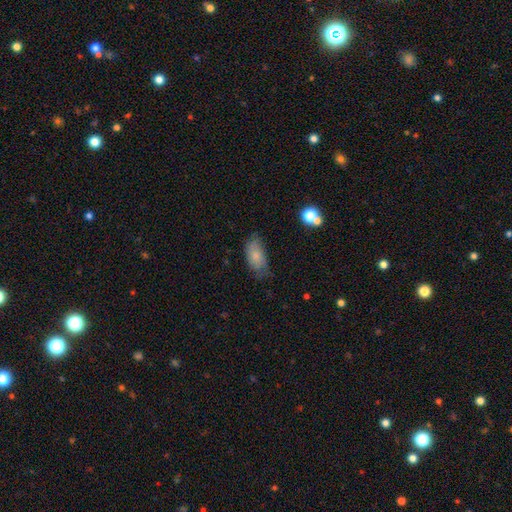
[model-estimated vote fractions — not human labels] Morphology: type=smooth (75%); roundness=in between (91%); merging=none (58%).